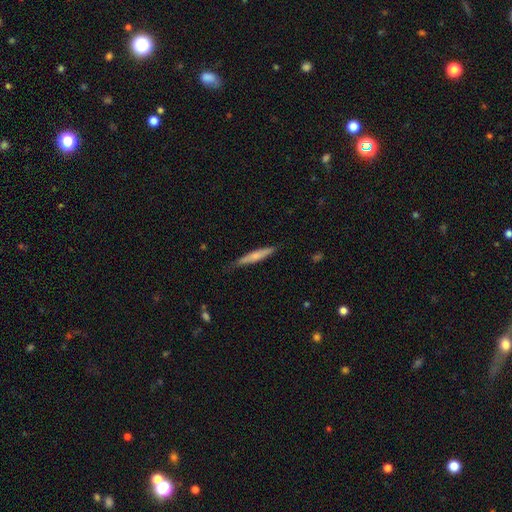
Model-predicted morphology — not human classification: Q: Smooth or featured?
A: smooth (61%); runner-up: featured or disk (33%)
Q: How rounded?
A: cigar-shaped (93%); runner-up: in between (6%)
Q: Merging?
A: none (80%); runner-up: minor disturbance (16%)